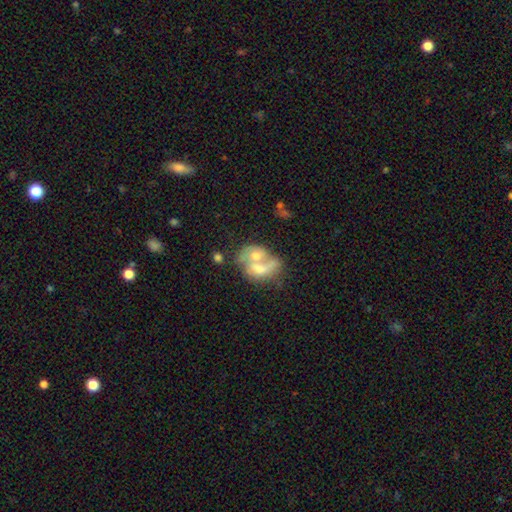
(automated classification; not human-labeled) Smooth or featured: smooth — 48% (featured or disk — 44%)
Merging: merger — 75% (none — 11%)